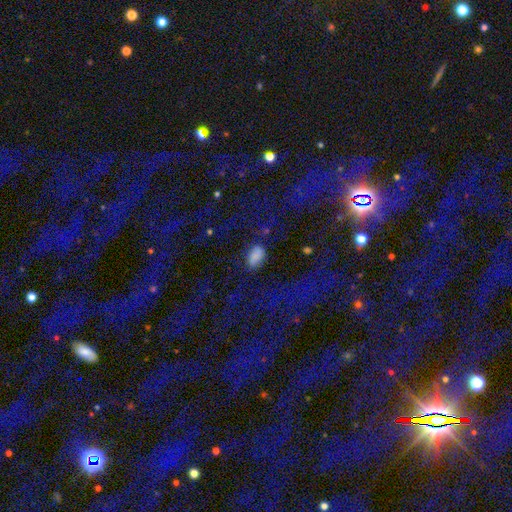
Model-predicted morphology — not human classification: smooth-or-featured: smooth: 76% | star or artifact: 15% | featured or disk: 8%
  how-rounded: in between: 90% | round: 7% | cigar-shaped: 3%
  merging: none: 67% | minor disturbance: 20% | major disturbance: 9% | merger: 4%